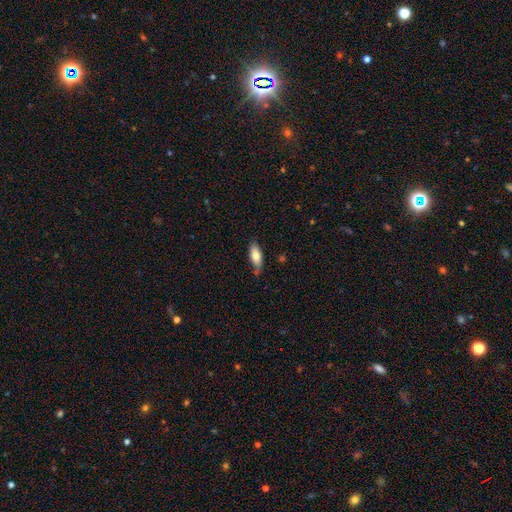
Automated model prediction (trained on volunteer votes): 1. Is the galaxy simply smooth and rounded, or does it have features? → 77% smooth, 16% featured or disk, 7% star or artifact.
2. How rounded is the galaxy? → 79% in between, 19% cigar-shaped, 2% round.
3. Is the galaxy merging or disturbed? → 72% none, 21% minor disturbance, 4% merger, 4% major disturbance.